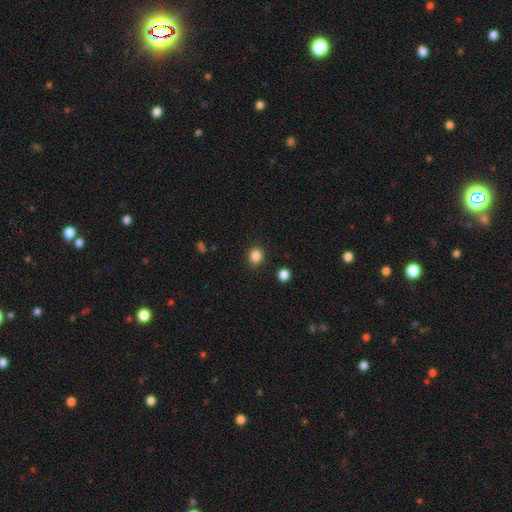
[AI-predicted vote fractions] This appears to be a smooth galaxy with no disk features (86%) that is round (75%). Merging: none (87%).